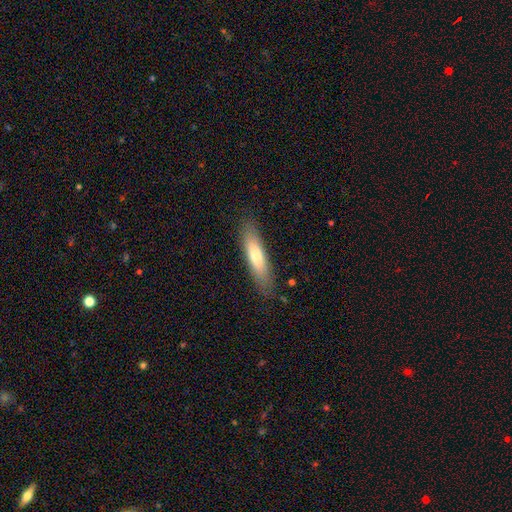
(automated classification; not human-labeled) This appears to be a smooth galaxy with no disk features (70%) that is cigar-shaped (72%). Merging: none (86%).